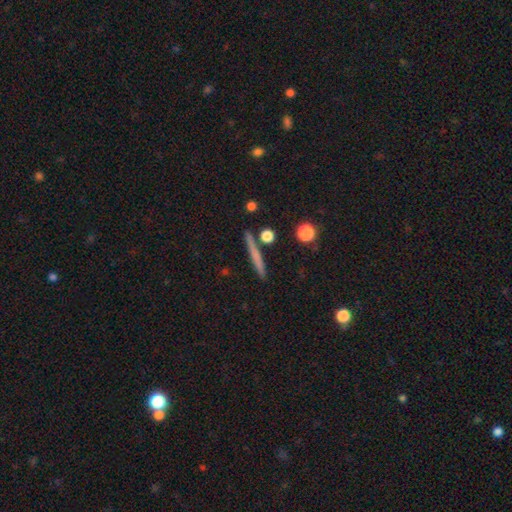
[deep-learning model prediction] Morphology: type=smooth (58%); roundness=cigar-shaped (93%); merging=none (87%).